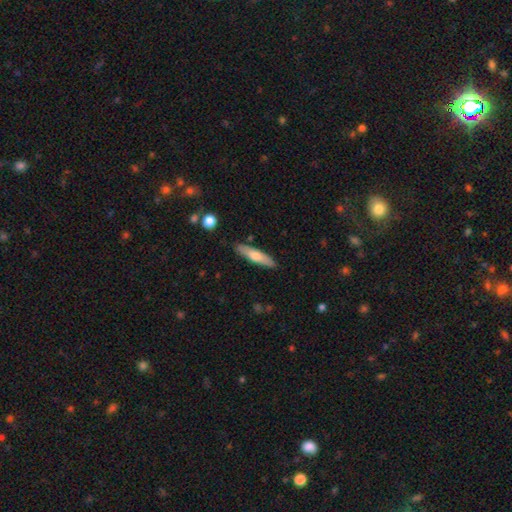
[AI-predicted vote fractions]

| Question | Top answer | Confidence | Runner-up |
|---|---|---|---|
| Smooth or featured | smooth | 61% | featured or disk (33%) |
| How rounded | cigar-shaped | 79% | in between (20%) |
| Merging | none | 87% | minor disturbance (9%) |